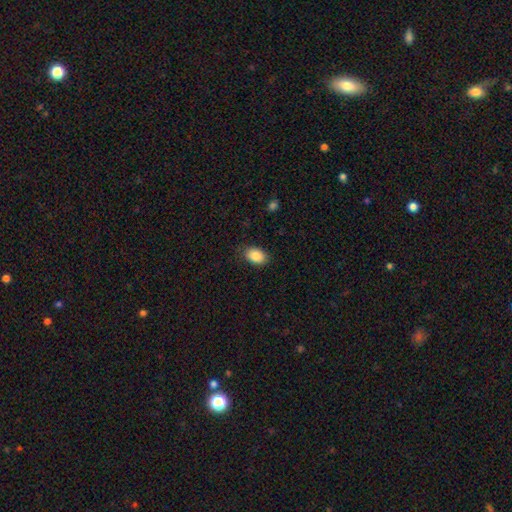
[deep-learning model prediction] This is clearly a smooth galaxy (88%). How rounded: clearly in between (88%). Merging: clearly none (83%).